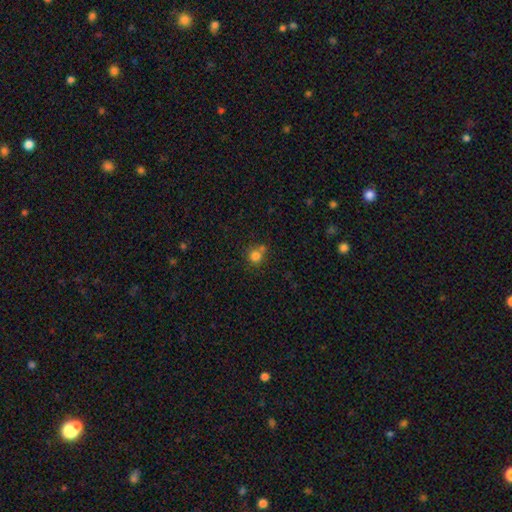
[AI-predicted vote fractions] Overall: smooth (79%). How rounded: round (88%). Merging: none (57%; merger 26%).